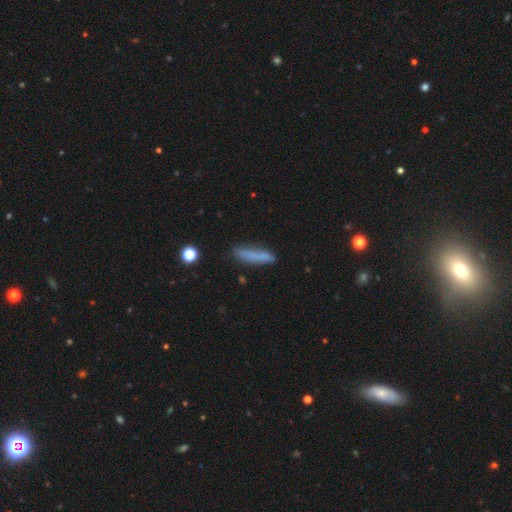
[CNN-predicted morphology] type=smooth (72%); roundness=cigar-shaped (85%); merging=none (69%).